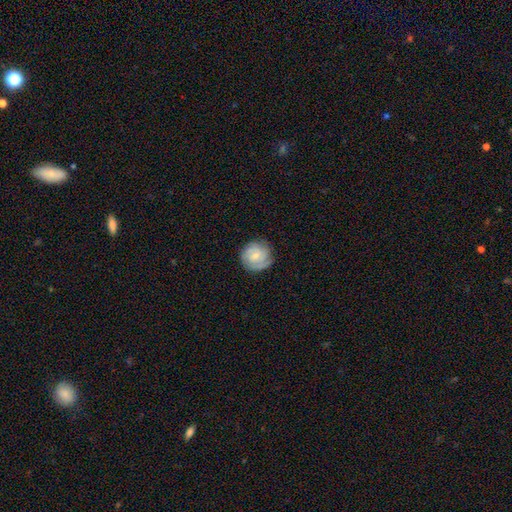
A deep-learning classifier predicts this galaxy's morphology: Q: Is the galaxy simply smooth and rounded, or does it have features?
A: featured or disk — 60%.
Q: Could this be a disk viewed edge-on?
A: no — 98%.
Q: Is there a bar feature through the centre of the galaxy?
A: no — 63%.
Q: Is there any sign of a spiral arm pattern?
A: yes — 89%.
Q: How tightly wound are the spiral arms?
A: tight — 65%.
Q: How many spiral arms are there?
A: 2 — 31%, tied with can't tell.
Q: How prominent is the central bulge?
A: small — 59%.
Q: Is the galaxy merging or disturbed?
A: none — 76%.